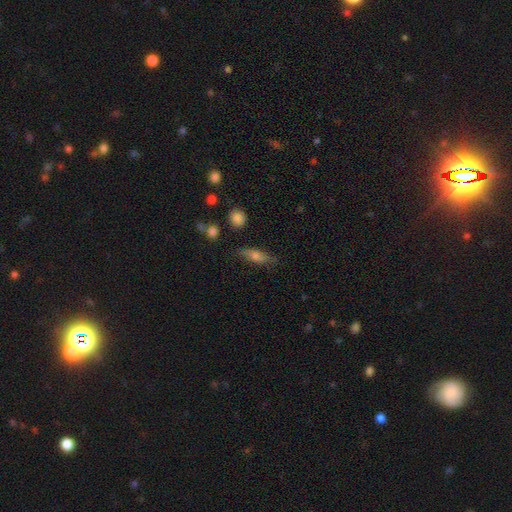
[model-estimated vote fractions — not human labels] Smooth or featured?
  - smooth: 55% *
  - featured or disk: 35%
  - star or artifact: 10%
How rounded?
  - cigar-shaped: 53% *
  - in between: 42%
  - round: 5%
Merging?
  - none: 77% *
  - minor disturbance: 17%
  - major disturbance: 4%
  - merger: 2%